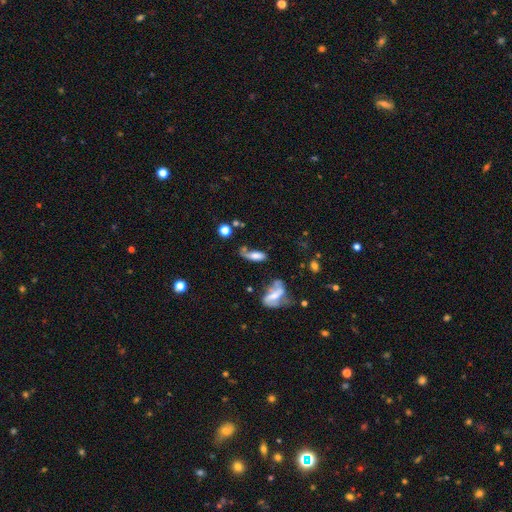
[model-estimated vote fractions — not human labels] Smooth or featured?
  - smooth: 58% *
  - featured or disk: 31%
  - star or artifact: 11%
How rounded?
  - in between: 68% *
  - cigar-shaped: 28%
  - round: 5%
Merging?
  - none: 32% *
  - minor disturbance: 26%
  - major disturbance: 23%
  - merger: 19%